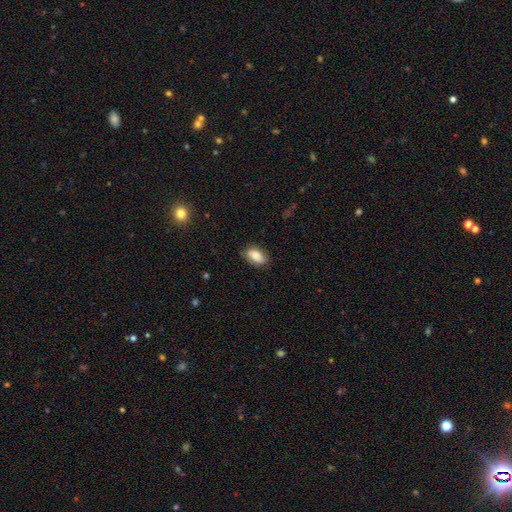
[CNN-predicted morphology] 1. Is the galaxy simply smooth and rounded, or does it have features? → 78% smooth, 14% featured or disk, 7% star or artifact.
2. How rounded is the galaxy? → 91% in between, 6% round, 3% cigar-shaped.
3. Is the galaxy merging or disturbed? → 78% none, 17% minor disturbance, 4% major disturbance, 1% merger.